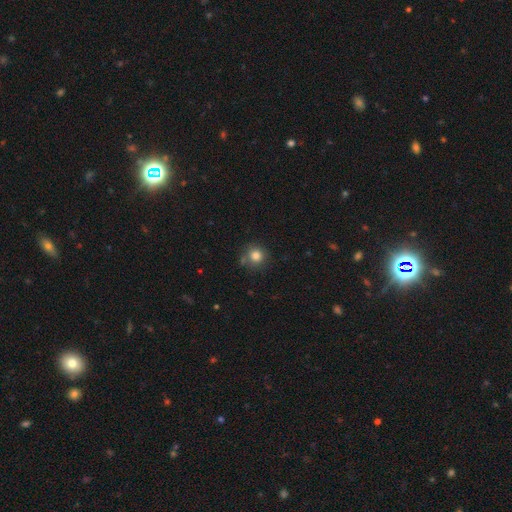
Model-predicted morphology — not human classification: This appears to be a smooth galaxy with no disk features (82%) that is round (92%). Merging: none (76%).